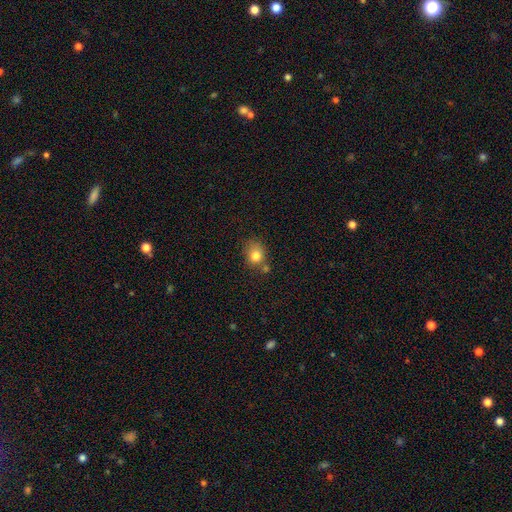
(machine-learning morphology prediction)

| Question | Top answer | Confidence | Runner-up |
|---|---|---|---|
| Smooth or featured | smooth | 80% | star or artifact (11%) |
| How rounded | round | 69% | in between (30%) |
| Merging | none | 58% | minor disturbance (19%) |